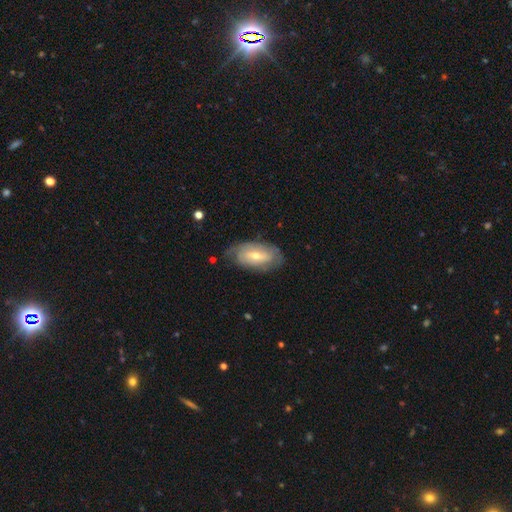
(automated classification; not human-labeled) Overall: featured or disk (59%; smooth 34%). Edge-on disk: no (90%). Bar: weak (43%; no 37%). Spiral arms: yes (72%). Bulge size: small (49%; moderate 46%). Merging: none (70%).